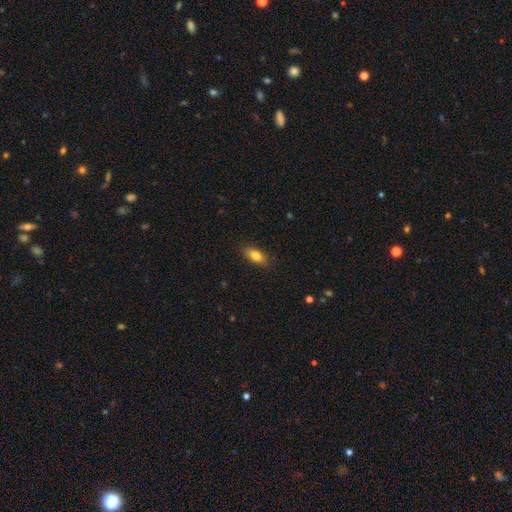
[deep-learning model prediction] Smooth or featured? smooth (81%)
How rounded? in between (83%)
Merging? none (87%)